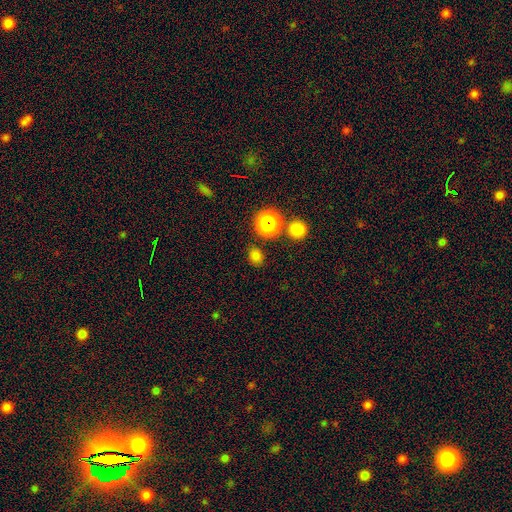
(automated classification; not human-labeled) The model was most divided on "how rounded": round: 71%, in between: 28%, cigar-shaped: 1%. More confident: merging — none (83%); smooth or featured — smooth (73%).